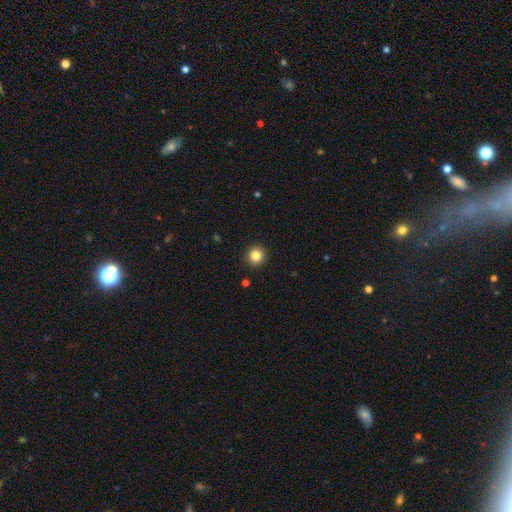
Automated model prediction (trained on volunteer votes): Smooth or featured: smooth — 84% (star or artifact — 11%)
How rounded: round — 94% (in between — 5%)
Merging: none — 92% (minor disturbance — 5%)